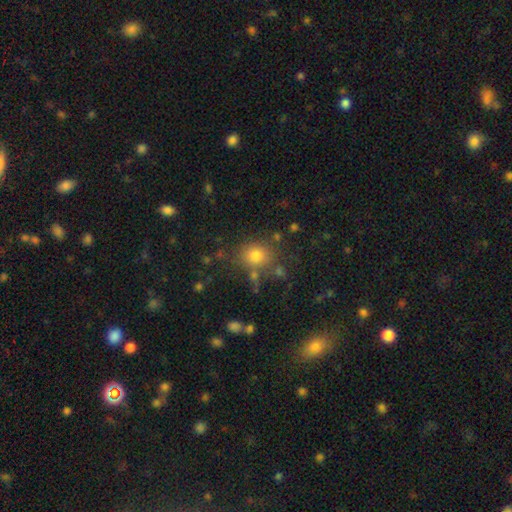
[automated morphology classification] Smooth or featured?
  - smooth: 77% *
  - star or artifact: 15%
  - featured or disk: 8%
How rounded?
  - round: 75% *
  - in between: 24%
  - cigar-shaped: 1%
Merging?
  - none: 74% *
  - minor disturbance: 13%
  - merger: 8%
  - major disturbance: 6%